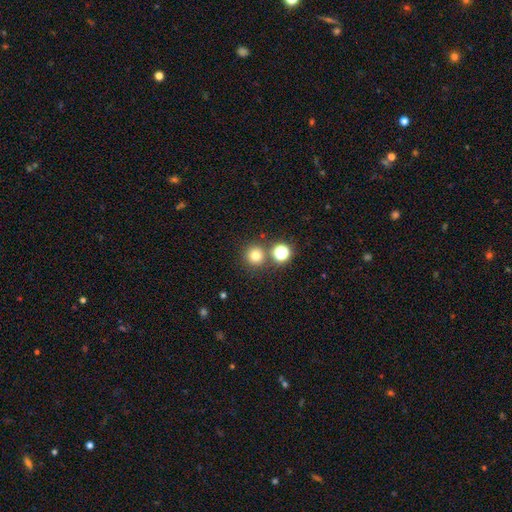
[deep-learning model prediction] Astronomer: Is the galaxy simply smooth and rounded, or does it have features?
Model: smooth — 76%.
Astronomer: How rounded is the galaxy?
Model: round — 94%.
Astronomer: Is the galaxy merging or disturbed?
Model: none — 79%.